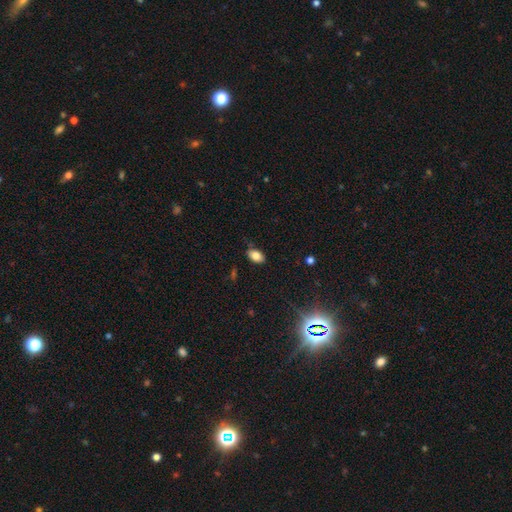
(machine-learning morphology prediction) Q: Smooth or featured?
A: smooth (82%); runner-up: star or artifact (10%)
Q: How rounded?
A: in between (90%); runner-up: round (9%)
Q: Merging?
A: none (79%); runner-up: minor disturbance (16%)